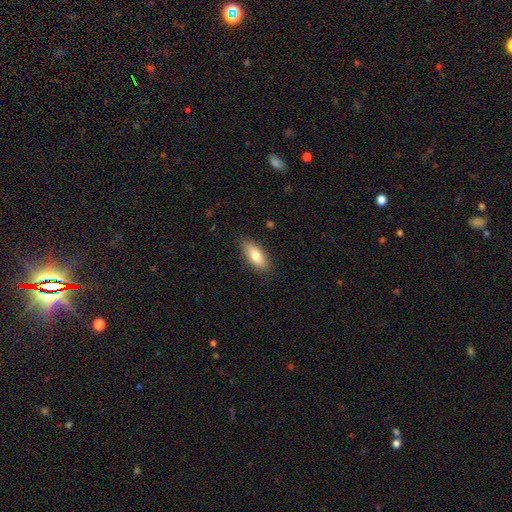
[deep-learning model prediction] A smooth galaxy with no disk features (77%) that is in between round and cigar-shaped (78%). Merging: none (84%).